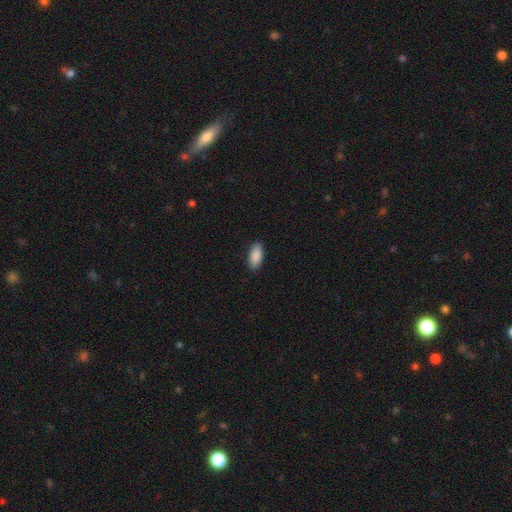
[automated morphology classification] Smooth or featured? smooth (90%)
How rounded? in between (90%)
Merging? none (89%)